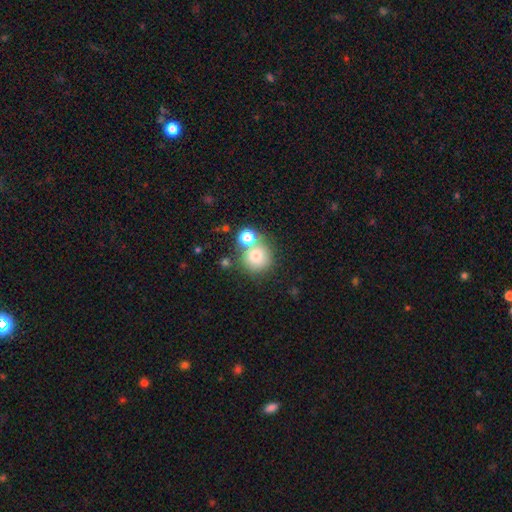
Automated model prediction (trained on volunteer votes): A smooth galaxy with no disk features (74%) that is round (91%).

Vote fractions:
- Smooth or featured? smooth: 74% / star or artifact: 13% / featured or disk: 13%
- How rounded? round: 91% / in between: 8% / cigar-shaped: 1%
- Merging? none: 57% / merger: 29% / minor disturbance: 10% / major disturbance: 5%